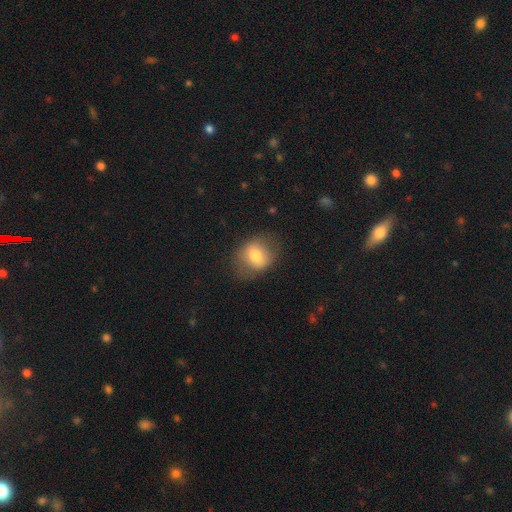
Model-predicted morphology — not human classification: smooth-or-featured: smooth: 68% | featured or disk: 24% | star or artifact: 8%
  how-rounded: round: 52% | in between: 47% | cigar-shaped: 1%
  merging: none: 73% | minor disturbance: 18% | major disturbance: 8% | merger: 1%